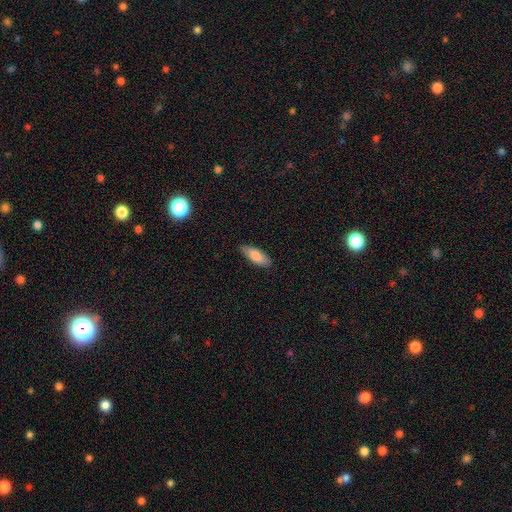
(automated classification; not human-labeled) Morphology: type=smooth (83%); roundness=in between (73%); merging=none (81%).